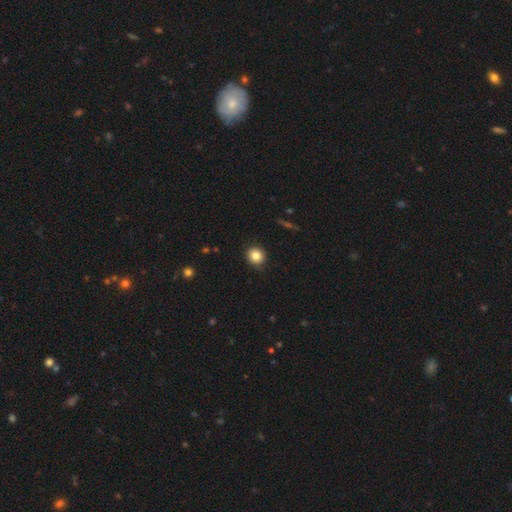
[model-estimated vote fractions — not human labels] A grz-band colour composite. It shows a smooth galaxy with no disk features (83%) that is round (87%). Merging: none (87%).